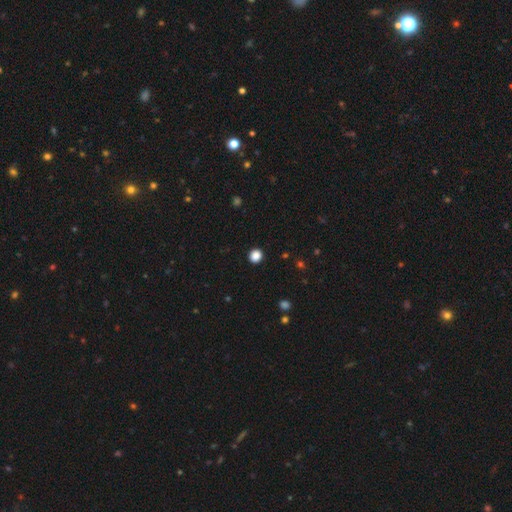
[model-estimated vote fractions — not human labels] Q: Smooth or featured?
A: smooth (86%); runner-up: star or artifact (11%)
Q: How rounded?
A: round (85%); runner-up: in between (14%)
Q: Merging?
A: none (92%); runner-up: minor disturbance (5%)